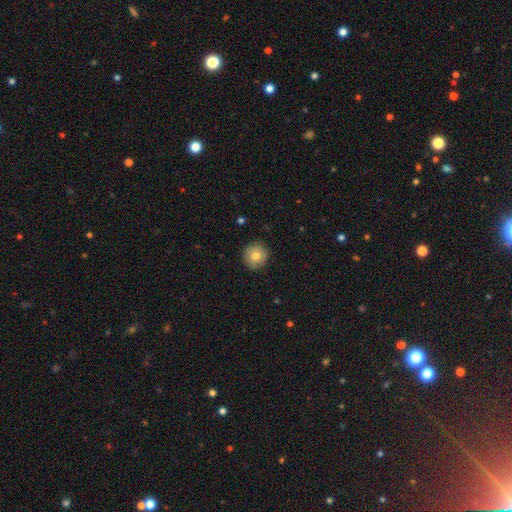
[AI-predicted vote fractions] This appears to be a smooth galaxy with no disk features (79%) that is round (95%). Merging: none (91%).